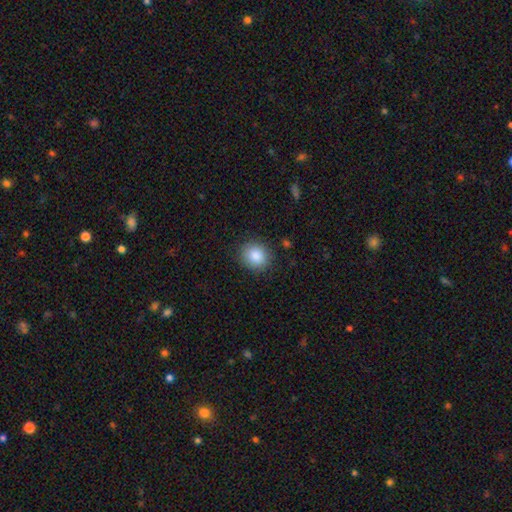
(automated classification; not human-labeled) Smooth or featured: smooth — 87% (star or artifact — 8%)
How rounded: round — 79% (in between — 20%)
Merging: none — 87% (minor disturbance — 9%)